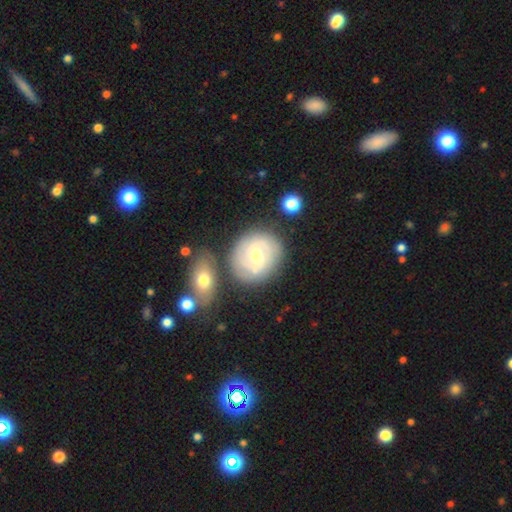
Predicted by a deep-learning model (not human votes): This is likely a featured or disk galaxy (65%). It is clearly not viewed edge-on (96%). Bar: possibly weak (48%). Spiral arm pattern: likely yes (78%). Central bulge: possibly moderate (60%). Merging: likely none (71%).